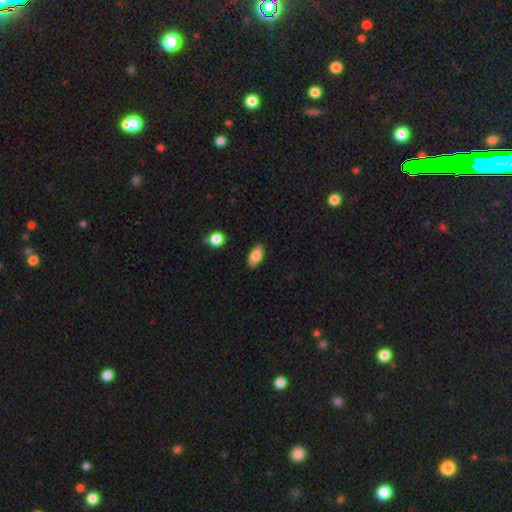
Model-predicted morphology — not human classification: smooth_or_featured: smooth (p=0.82) [alt: featured or disk p=0.11]
how_rounded: in between (p=0.89) [alt: cigar-shaped p=0.07]
merging: none (p=0.85) [alt: minor disturbance p=0.11]